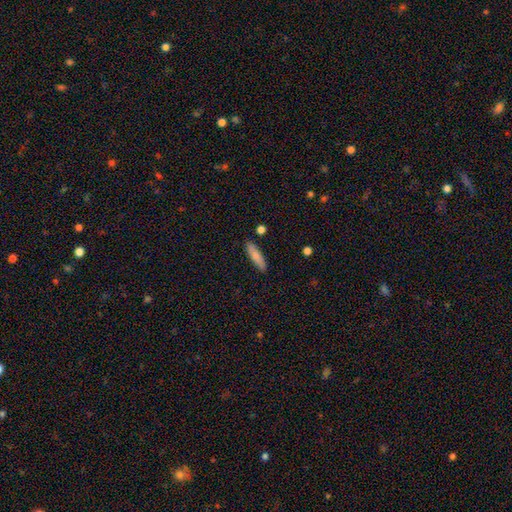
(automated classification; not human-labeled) Smooth or featured?
  - smooth: 79% *
  - featured or disk: 15%
  - star or artifact: 6%
How rounded?
  - cigar-shaped: 68% *
  - in between: 30%
  - round: 2%
Merging?
  - none: 86% *
  - minor disturbance: 10%
  - merger: 2%
  - major disturbance: 2%